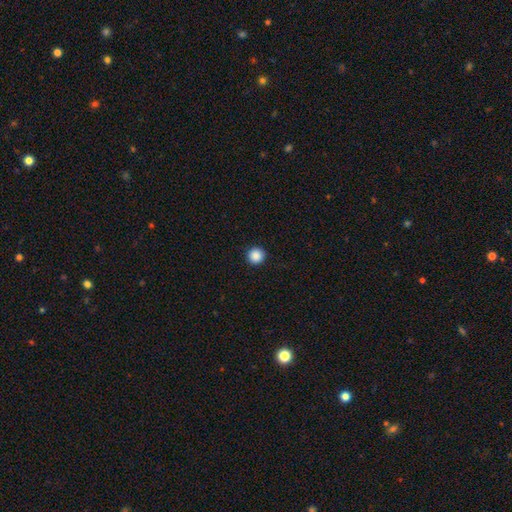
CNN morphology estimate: smooth-or-featured: smooth: 88% | star or artifact: 9% | featured or disk: 2%
  how-rounded: round: 96% | in between: 3% | cigar-shaped: 1%
  merging: none: 93% | minor disturbance: 4% | major disturbance: 2% | merger: 1%